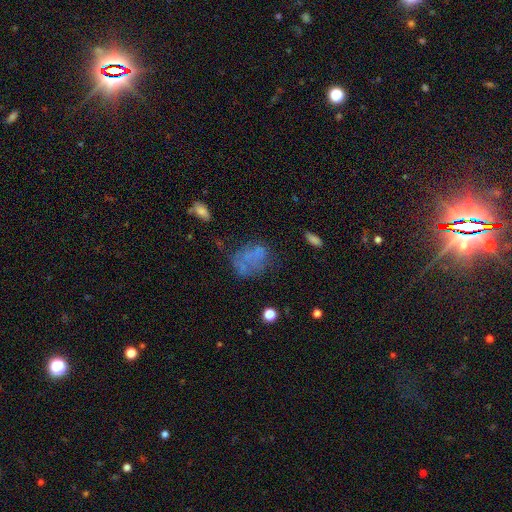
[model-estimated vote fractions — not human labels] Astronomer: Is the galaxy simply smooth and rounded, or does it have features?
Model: smooth — 47% (runner-up: featured or disk, 35%).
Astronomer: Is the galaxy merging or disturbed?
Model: none — 42% (runner-up: major disturbance, 24%).